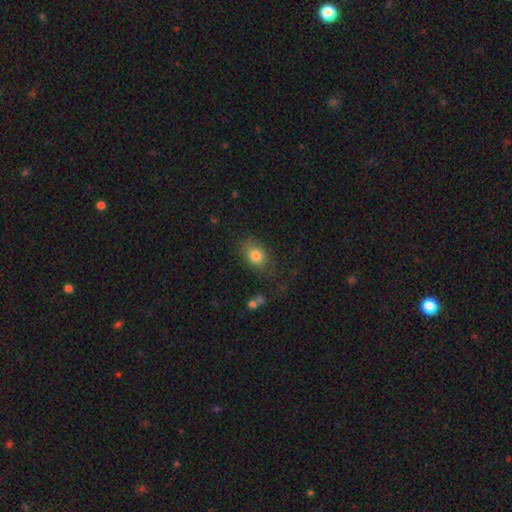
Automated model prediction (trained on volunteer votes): smooth-or-featured: smooth: 81% | featured or disk: 9% | star or artifact: 9%
  how-rounded: in between: 69% | round: 29% | cigar-shaped: 2%
  merging: none: 72% | minor disturbance: 18% | major disturbance: 7% | merger: 2%